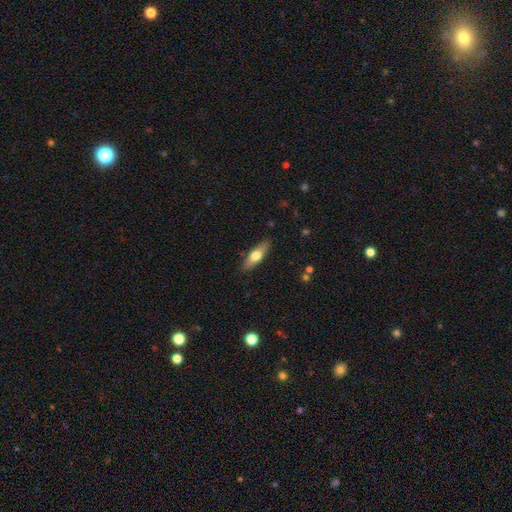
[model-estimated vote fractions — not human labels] The model was most divided on "how rounded": cigar-shaped: 50%, in between: 48%, round: 3%. More confident: merging — none (87%); smooth or featured — smooth (59%).